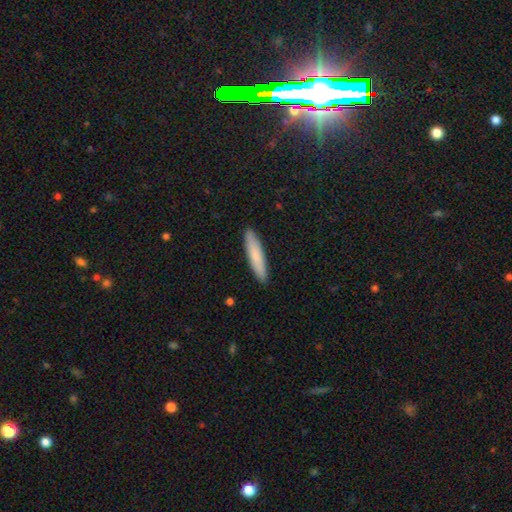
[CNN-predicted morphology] Smooth or featured? Predicted: smooth (p=0.81). How rounded? Predicted: cigar-shaped (p=0.87). Merging? Predicted: none (p=0.91).